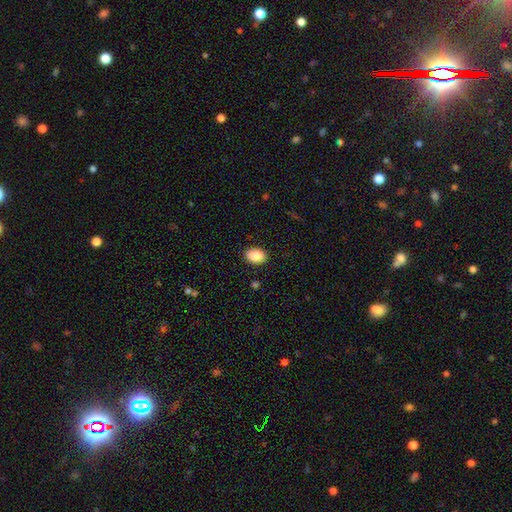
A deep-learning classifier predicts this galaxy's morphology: A smooth galaxy with no disk features (89%) that is in between round and cigar-shaped (80%).

Vote fractions:
- Smooth or featured? smooth: 89% / star or artifact: 7% / featured or disk: 4%
- How rounded? in between: 80% / round: 19% / cigar-shaped: 1%
- Merging? none: 89% / minor disturbance: 8% / major disturbance: 2% / merger: 1%